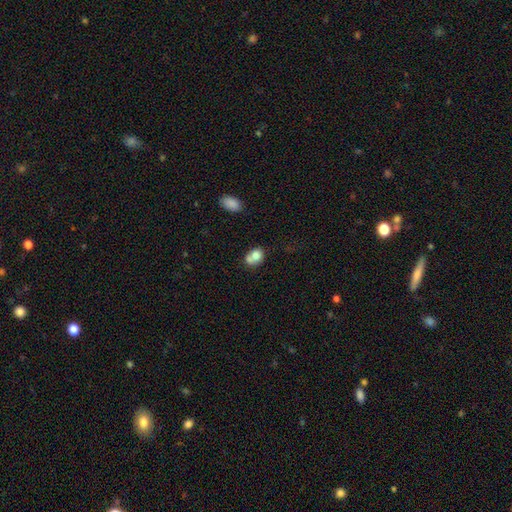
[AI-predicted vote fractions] Smooth or featured?
  - smooth: 74% *
  - featured or disk: 17%
  - star or artifact: 9%
How rounded?
  - round: 50% *
  - in between: 49%
  - cigar-shaped: 1%
Merging?
  - merger: 50% *
  - none: 32%
  - minor disturbance: 13%
  - major disturbance: 6%